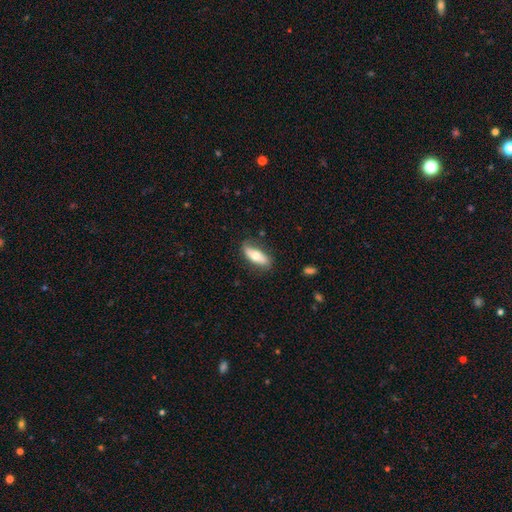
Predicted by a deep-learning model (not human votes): This is likely a smooth galaxy (61%). How rounded: likely in between (70%). Merging: likely none (74%).